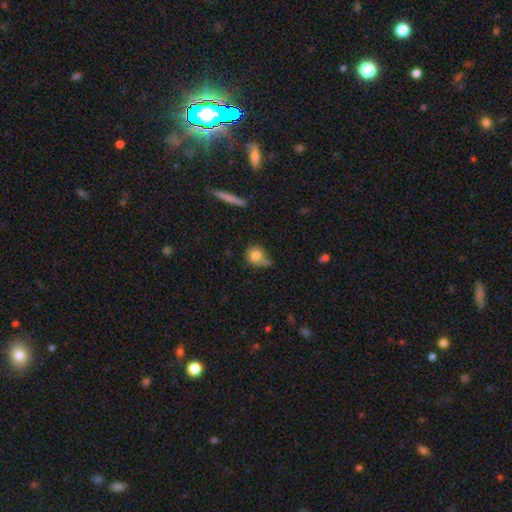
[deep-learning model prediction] Smooth or featured: smooth — 78% (featured or disk — 13%)
How rounded: round — 75% (in between — 22%)
Merging: none — 47% (minor disturbance — 32%)